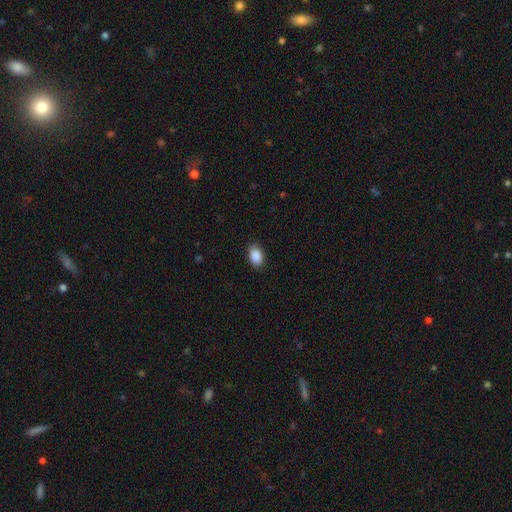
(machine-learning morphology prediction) smooth-or-featured: smooth: 89% | star or artifact: 7% | featured or disk: 3%
  how-rounded: in between: 89% | round: 9% | cigar-shaped: 1%
  merging: none: 88% | minor disturbance: 9% | major disturbance: 2% | merger: 1%